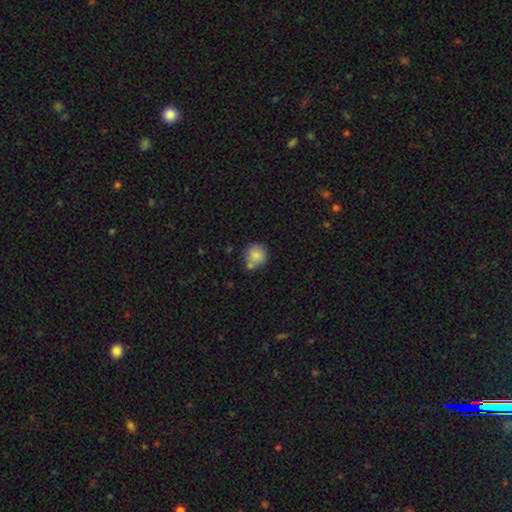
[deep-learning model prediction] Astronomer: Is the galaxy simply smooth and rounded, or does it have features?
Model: smooth — 84%.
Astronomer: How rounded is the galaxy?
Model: round — 90%.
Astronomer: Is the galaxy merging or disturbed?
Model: none — 67%.